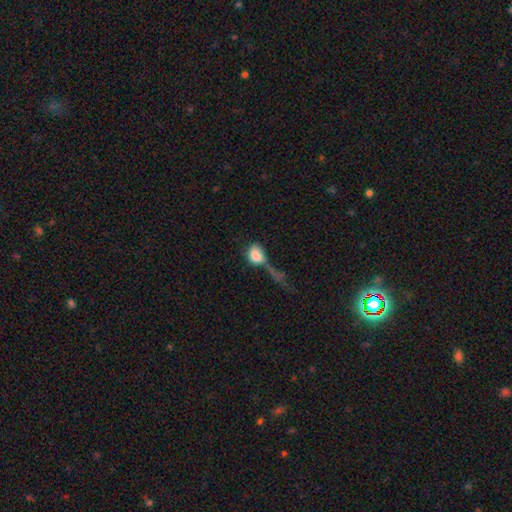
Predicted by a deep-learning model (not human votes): smooth_or_featured: smooth (p=0.77) [alt: featured or disk p=0.13]
how_rounded: in between (p=0.54) [alt: round p=0.43]
merging: major disturbance (p=0.41) [alt: none p=0.23]